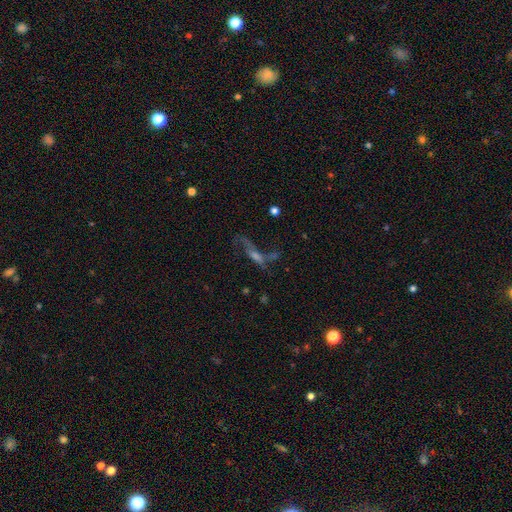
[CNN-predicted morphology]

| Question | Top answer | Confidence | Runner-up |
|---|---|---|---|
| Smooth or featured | featured or disk | 55% | smooth (24%) |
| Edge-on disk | no | 58% | yes (42%) |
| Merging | none | 36% | major disturbance (33%) |